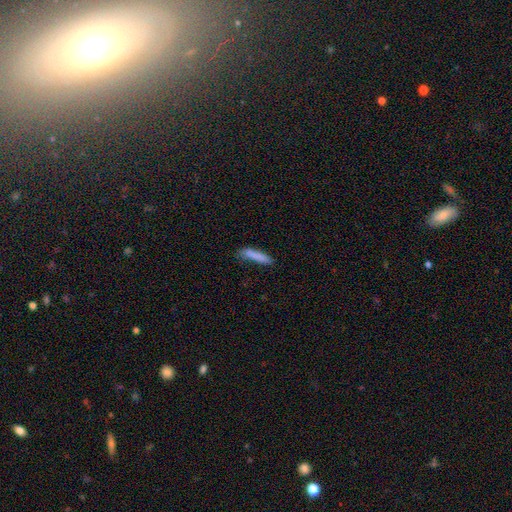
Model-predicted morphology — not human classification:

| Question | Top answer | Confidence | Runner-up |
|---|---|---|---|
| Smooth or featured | smooth | 84% | featured or disk (9%) |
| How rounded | cigar-shaped | 87% | in between (12%) |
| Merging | none | 72% | minor disturbance (21%) |